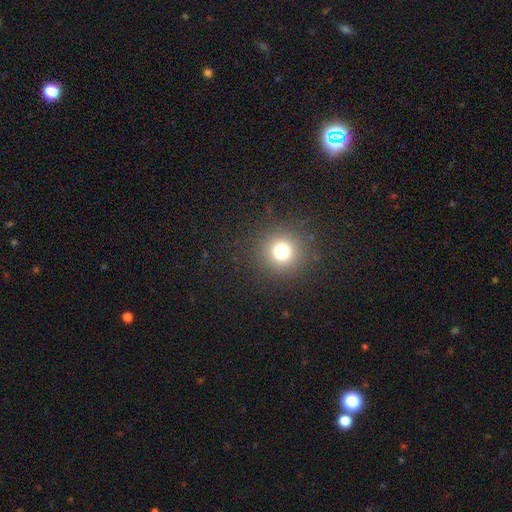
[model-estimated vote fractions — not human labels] A smooth galaxy with no disk features (60%) that is round (94%).

Vote fractions:
- Smooth or featured? smooth: 60% / star or artifact: 34% / featured or disk: 6%
- How rounded? round: 94% / in between: 5% / cigar-shaped: 1%
- Merging? none: 92% / minor disturbance: 4% / major disturbance: 2% / merger: 1%